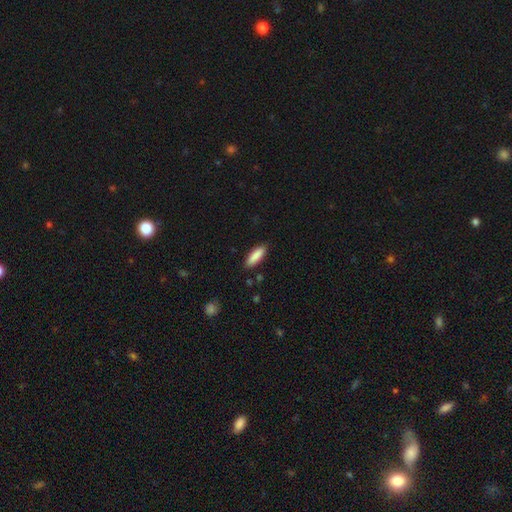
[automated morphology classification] Smooth or featured? smooth (88%)
How rounded? in between (50%)
Merging? none (87%)